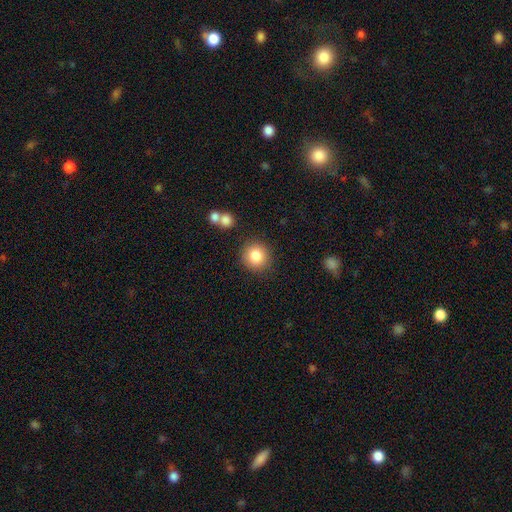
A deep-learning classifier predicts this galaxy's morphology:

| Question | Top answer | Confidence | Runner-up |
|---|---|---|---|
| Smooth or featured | smooth | 85% | star or artifact (9%) |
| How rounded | round | 91% | in between (8%) |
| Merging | none | 85% | minor disturbance (8%) |